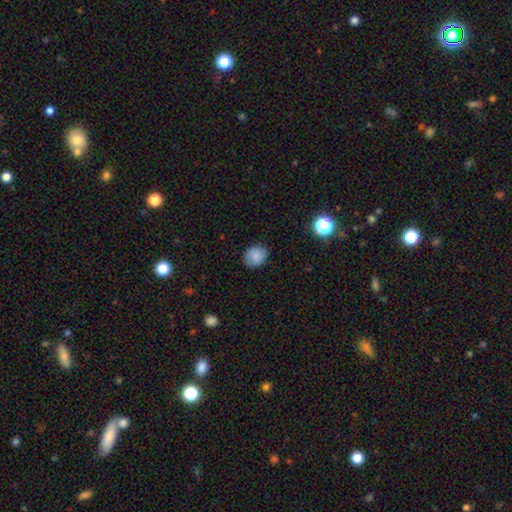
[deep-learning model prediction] Smooth or featured?
  - smooth: 86% *
  - star or artifact: 10%
  - featured or disk: 5%
How rounded?
  - round: 70% *
  - in between: 29%
  - cigar-shaped: 1%
Merging?
  - none: 84% *
  - minor disturbance: 12%
  - major disturbance: 3%
  - merger: 1%